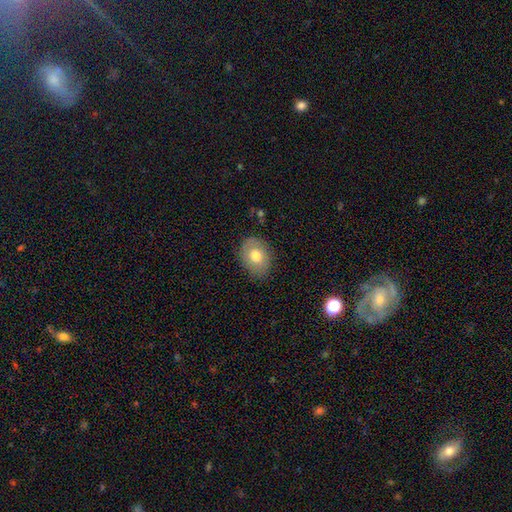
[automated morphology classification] smooth 73%, featured or disk 20%, star or artifact 8%. Down the decision tree: how rounded — in between (66%); merging — none (80%).